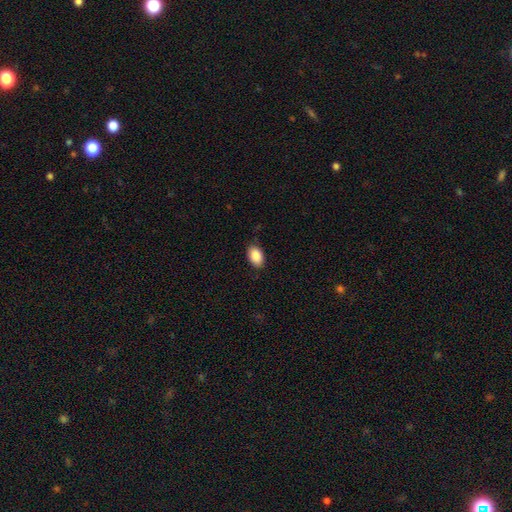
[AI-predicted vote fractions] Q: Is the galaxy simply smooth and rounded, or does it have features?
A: smooth — 89%.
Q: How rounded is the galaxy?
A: in between — 90%.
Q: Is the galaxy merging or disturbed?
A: none — 84%.